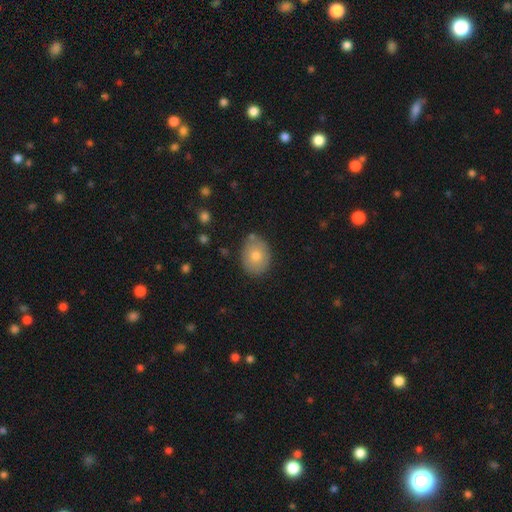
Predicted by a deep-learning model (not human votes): smooth_or_featured: smooth (p=0.74) [alt: featured or disk p=0.17]
how_rounded: in between (p=0.59) [alt: round p=0.41]
merging: none (p=0.80) [alt: minor disturbance p=0.14]